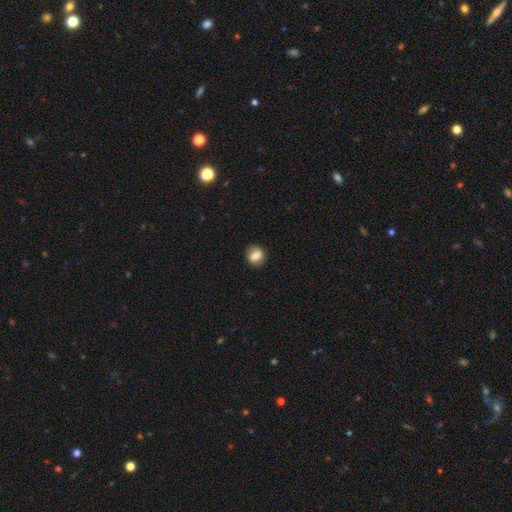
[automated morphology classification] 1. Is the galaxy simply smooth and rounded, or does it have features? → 79% smooth, 12% featured or disk, 9% star or artifact.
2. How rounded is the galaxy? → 64% round, 35% in between, 1% cigar-shaped.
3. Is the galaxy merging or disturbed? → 83% none, 13% minor disturbance, 3% major disturbance, 1% merger.